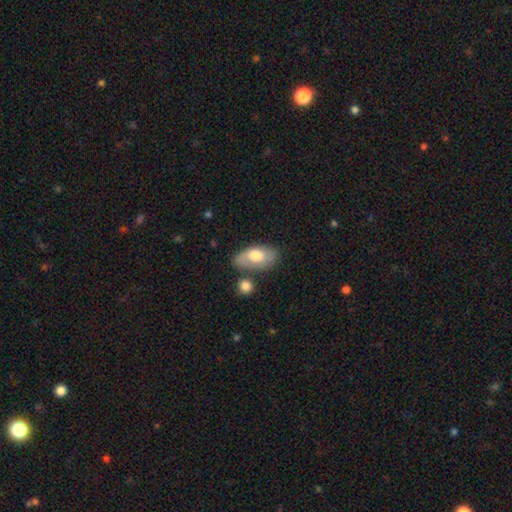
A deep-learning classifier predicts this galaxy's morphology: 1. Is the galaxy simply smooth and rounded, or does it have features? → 68% smooth, 26% featured or disk, 6% star or artifact.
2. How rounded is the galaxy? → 93% in between, 4% round, 3% cigar-shaped.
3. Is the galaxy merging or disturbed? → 59% none, 22% minor disturbance, 13% merger, 7% major disturbance.